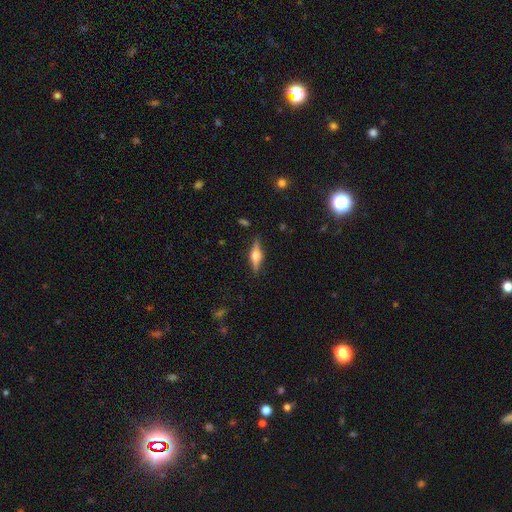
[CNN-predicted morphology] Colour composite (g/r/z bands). It shows a featured or disk galaxy (69%) viewed edge-on (96%) with a rounded central bulge (92%). Merging: none (88%).